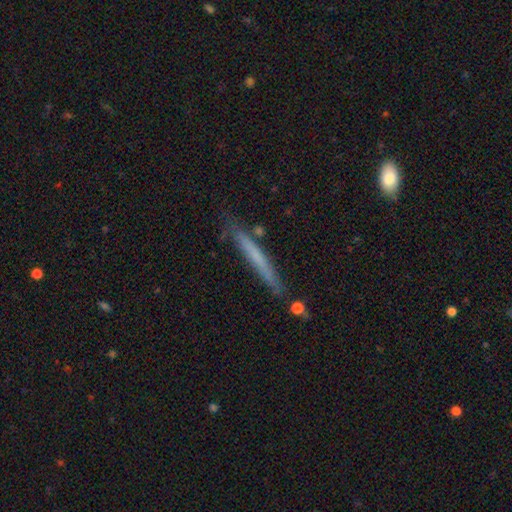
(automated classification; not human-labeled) This appears to be a smooth galaxy with no disk features (53%) that is cigar-shaped (96%). Merging: none (80%).